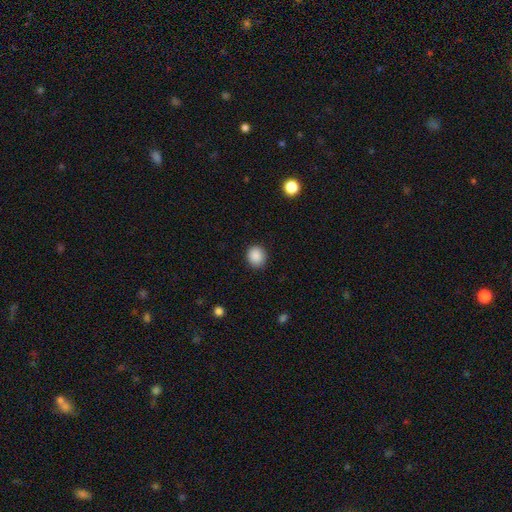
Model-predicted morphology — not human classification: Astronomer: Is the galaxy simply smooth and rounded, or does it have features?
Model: smooth — 89%.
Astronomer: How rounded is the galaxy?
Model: round — 79%.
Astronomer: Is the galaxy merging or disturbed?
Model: none — 89%.